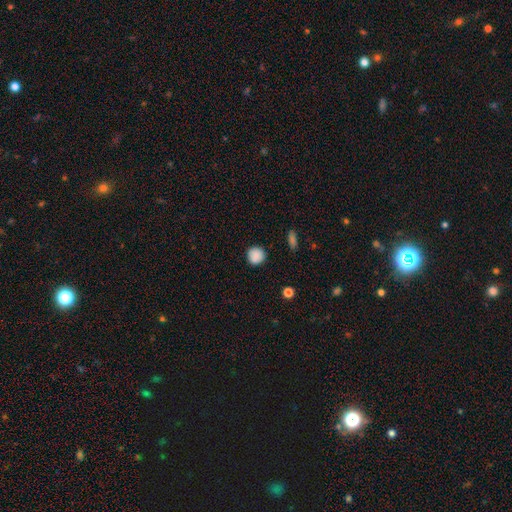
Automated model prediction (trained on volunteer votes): Morphology: type=smooth (87%); roundness=round (91%); merging=none (86%).